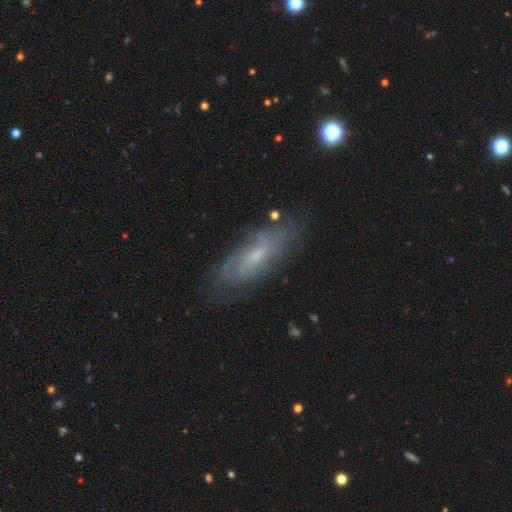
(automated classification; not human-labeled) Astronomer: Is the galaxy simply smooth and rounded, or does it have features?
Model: featured or disk — 64%.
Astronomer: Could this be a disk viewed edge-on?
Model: no — 79%.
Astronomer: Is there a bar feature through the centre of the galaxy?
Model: no — 63%.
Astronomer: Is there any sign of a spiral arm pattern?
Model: yes — 75%.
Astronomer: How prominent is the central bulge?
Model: small — 64%.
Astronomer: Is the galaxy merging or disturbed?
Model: none — 72%.